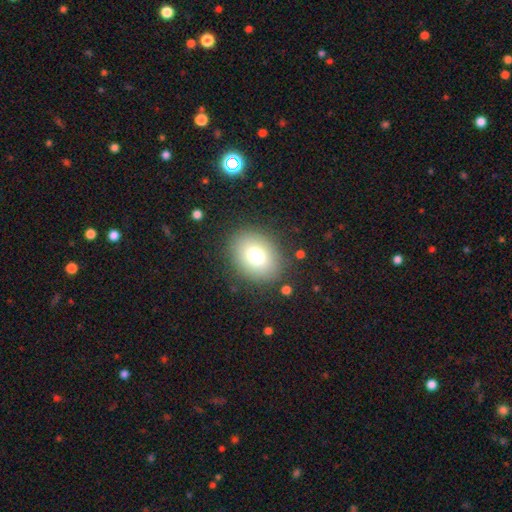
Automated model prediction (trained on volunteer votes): The model was most divided on "how rounded": in between: 59%, round: 40%, cigar-shaped: 1%. More confident: merging — none (85%); smooth or featured — smooth (77%).